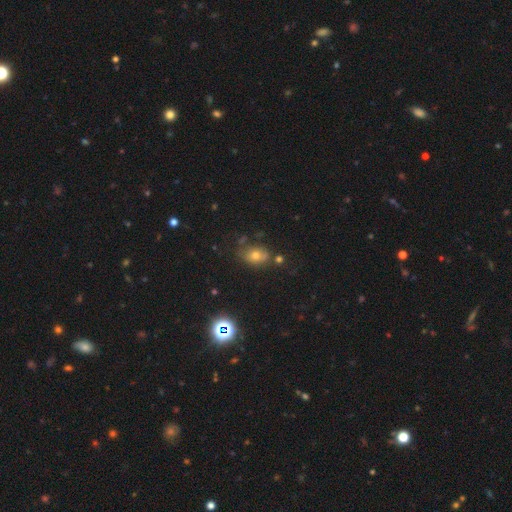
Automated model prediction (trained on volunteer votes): This is likely a smooth galaxy (61%). How rounded: likely in between (72%). Merging: likely none (67%).